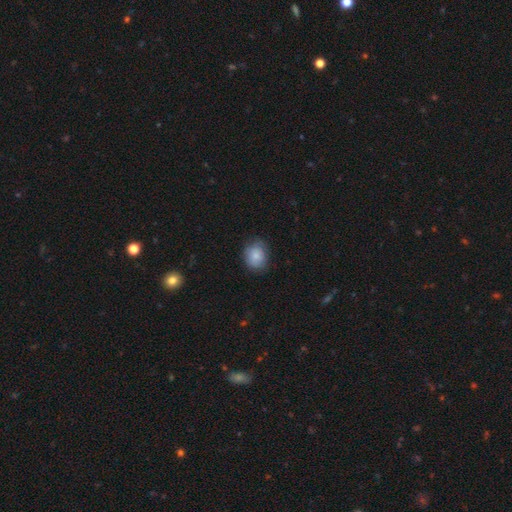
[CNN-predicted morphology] Overall: smooth (83%). How rounded: round (59%; in between 40%). Merging: none (73%).